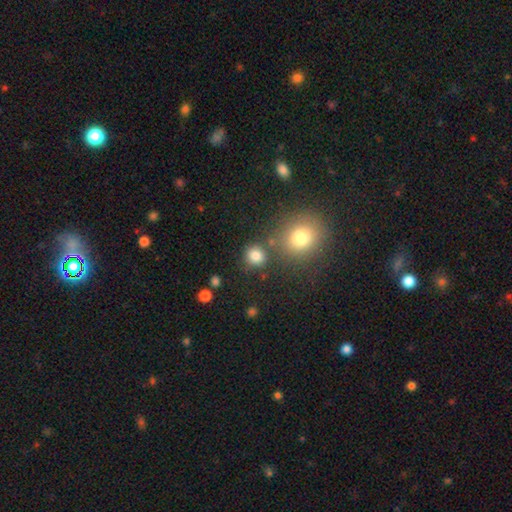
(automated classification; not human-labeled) This appears to be a smooth galaxy with no disk features (81%) that is round (89%). Merging: none (79%).